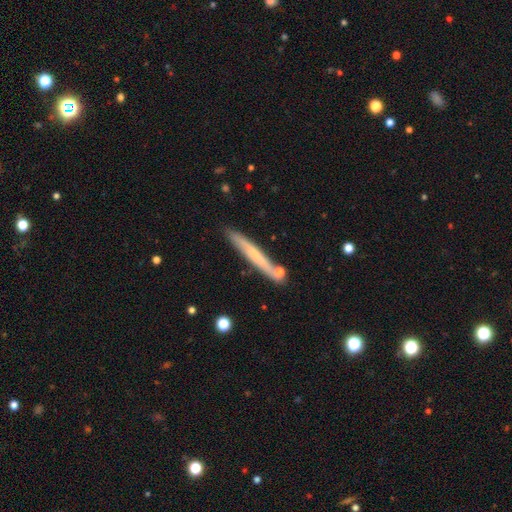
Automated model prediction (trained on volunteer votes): Smooth or featured: smooth — 55% (featured or disk — 38%)
How rounded: cigar-shaped — 96% (in between — 3%)
Merging: none — 81% (minor disturbance — 12%)